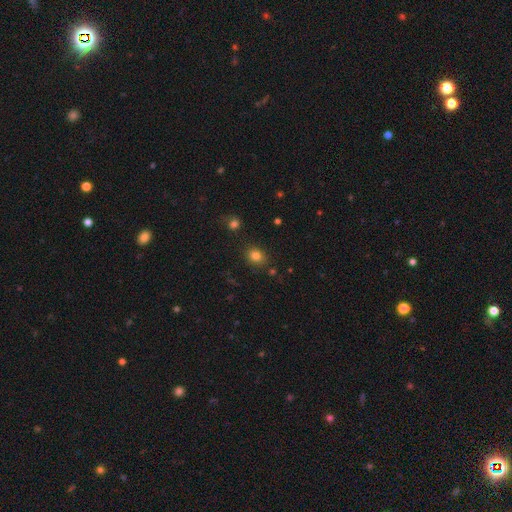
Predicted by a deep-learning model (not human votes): Morphology: type=smooth (81%); roundness=round (59%); merging=none (83%).